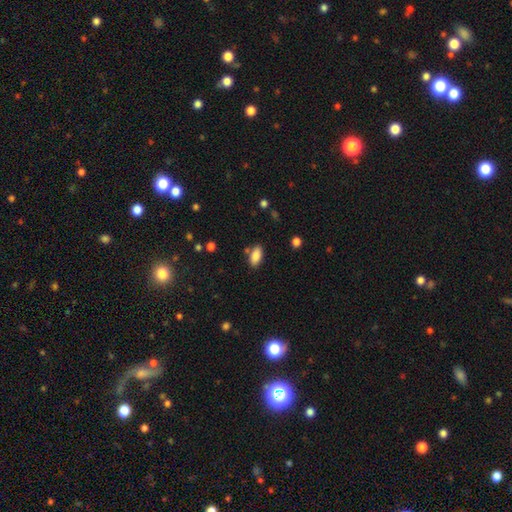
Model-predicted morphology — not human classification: A smooth galaxy with no disk features (87%) that is in between round and cigar-shaped (90%).

Vote fractions:
- Smooth or featured? smooth: 87% / star or artifact: 8% / featured or disk: 5%
- How rounded? in between: 90% / cigar-shaped: 7% / round: 3%
- Merging? none: 79% / minor disturbance: 12% / merger: 6% / major disturbance: 3%